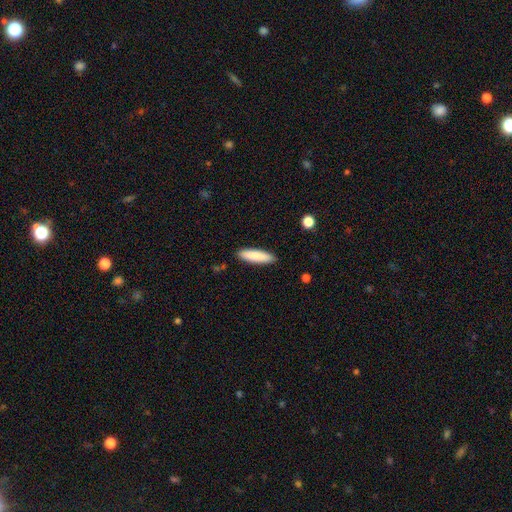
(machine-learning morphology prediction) A smooth galaxy with no disk features (85%) that is cigar-shaped (70%).

Vote fractions:
- Smooth or featured? smooth: 85% / featured or disk: 9% / star or artifact: 5%
- How rounded? cigar-shaped: 70% / in between: 28% / round: 1%
- Merging? none: 89% / minor disturbance: 8% / major disturbance: 2% / merger: 1%